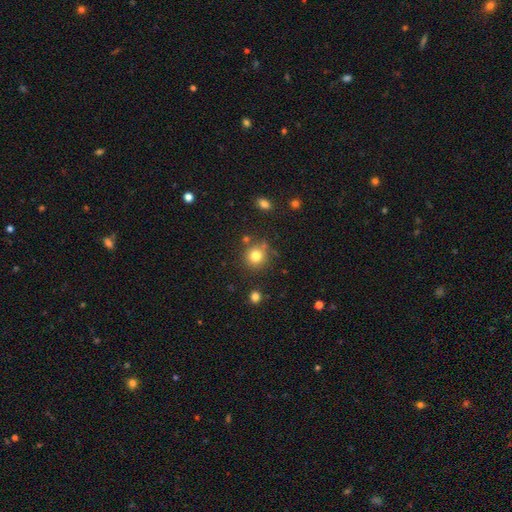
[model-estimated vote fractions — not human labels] A smooth galaxy with no disk features (80%) that is round (90%).

Vote fractions:
- Smooth or featured? smooth: 80% / star or artifact: 13% / featured or disk: 8%
- How rounded? round: 90% / in between: 9% / cigar-shaped: 1%
- Merging? none: 78% / minor disturbance: 11% / merger: 7% / major disturbance: 4%